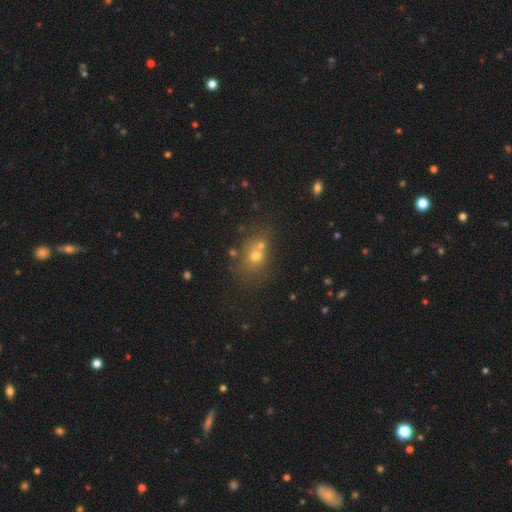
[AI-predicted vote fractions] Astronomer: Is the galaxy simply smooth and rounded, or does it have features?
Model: smooth — 62%.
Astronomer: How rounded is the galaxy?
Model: round — 53% (runner-up: in between, 45%).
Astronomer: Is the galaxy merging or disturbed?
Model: none — 46% (runner-up: merger, 38%).